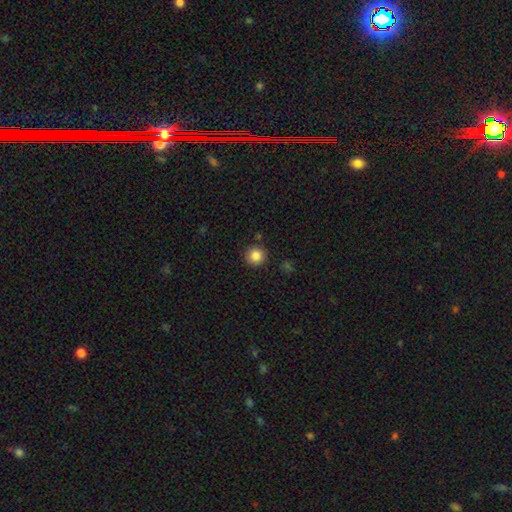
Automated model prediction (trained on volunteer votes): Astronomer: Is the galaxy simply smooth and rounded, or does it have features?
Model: smooth — 85%.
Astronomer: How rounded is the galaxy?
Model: round — 94%.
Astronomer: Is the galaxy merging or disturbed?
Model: none — 89%.